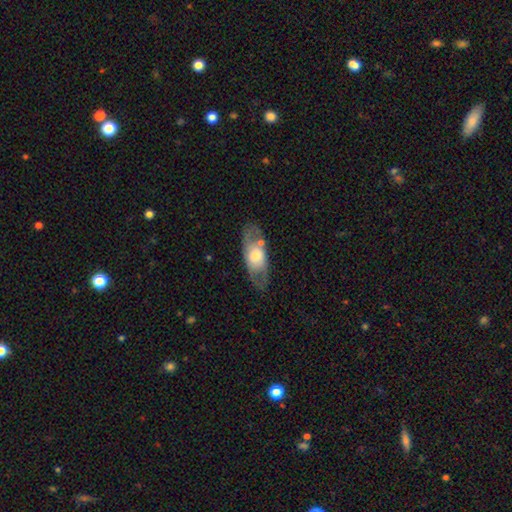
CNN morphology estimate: smooth_or_featured: smooth (p=0.48) [alt: featured or disk p=0.46]
merging: none (p=0.65) [alt: minor disturbance p=0.20]